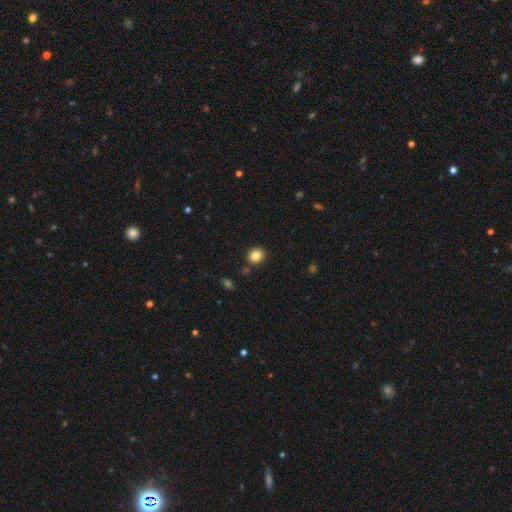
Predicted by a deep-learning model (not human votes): A smooth galaxy with no disk features (85%) that is round (73%). Merging: none (86%).